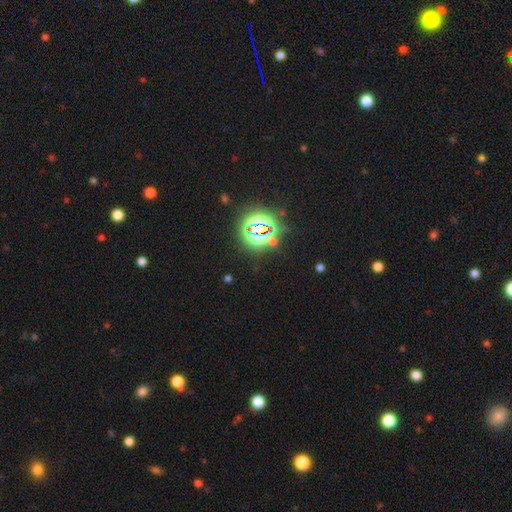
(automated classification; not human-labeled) This is clearly a star or artifact rather than a galaxy (83%).